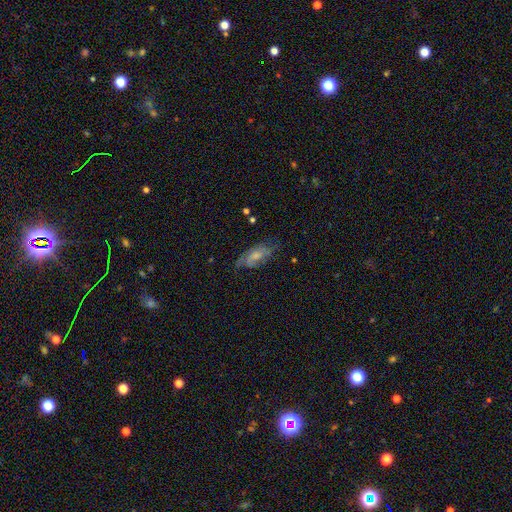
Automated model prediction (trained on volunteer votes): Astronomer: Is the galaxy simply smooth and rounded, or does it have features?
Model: featured or disk — 53% (runner-up: smooth, 39%).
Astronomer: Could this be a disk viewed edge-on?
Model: no — 88%.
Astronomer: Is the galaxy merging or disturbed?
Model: none — 56%.